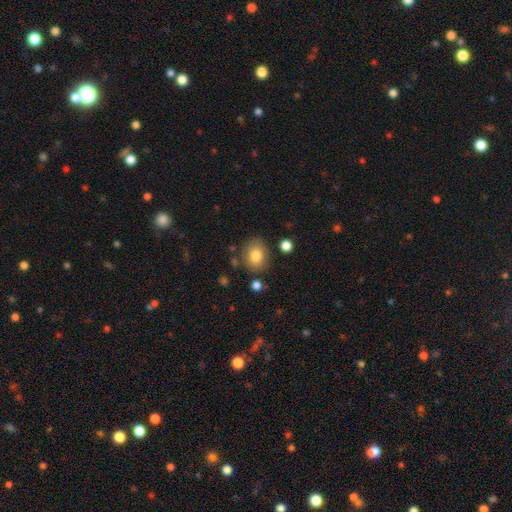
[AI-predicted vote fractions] This is clearly a smooth galaxy (82%). How rounded: possibly round (52%). Merging: likely none (79%).